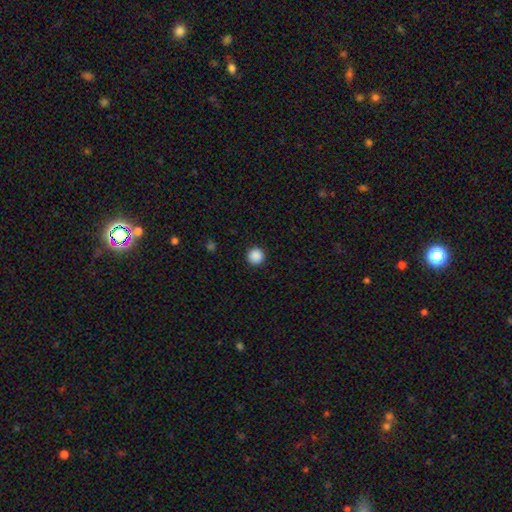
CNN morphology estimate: smooth 88%, star or artifact 10%, featured or disk 2%. Down the decision tree: how rounded — round (96%); merging — none (93%).